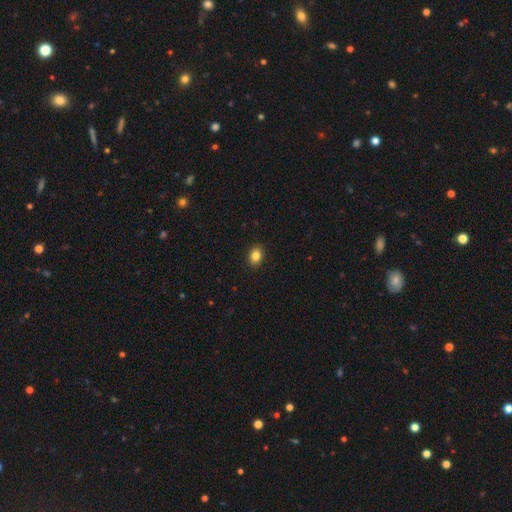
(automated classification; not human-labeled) Overall: smooth (85%). How rounded: in between (65%; round 34%). Merging: none (91%).